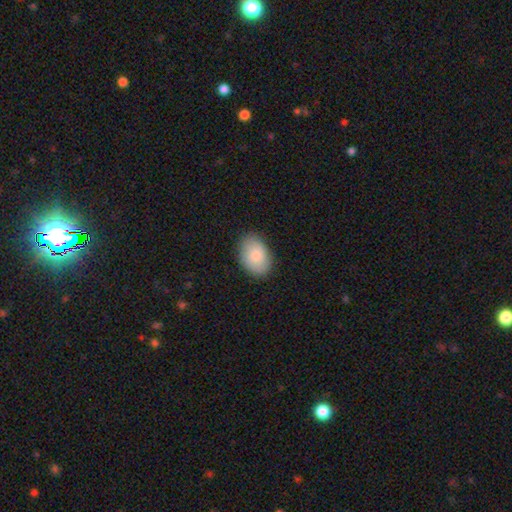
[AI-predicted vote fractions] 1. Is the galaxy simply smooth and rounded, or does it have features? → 84% smooth, 10% featured or disk, 6% star or artifact.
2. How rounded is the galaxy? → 85% in between, 14% round, 1% cigar-shaped.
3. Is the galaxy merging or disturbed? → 84% none, 12% minor disturbance, 3% major disturbance, 1% merger.